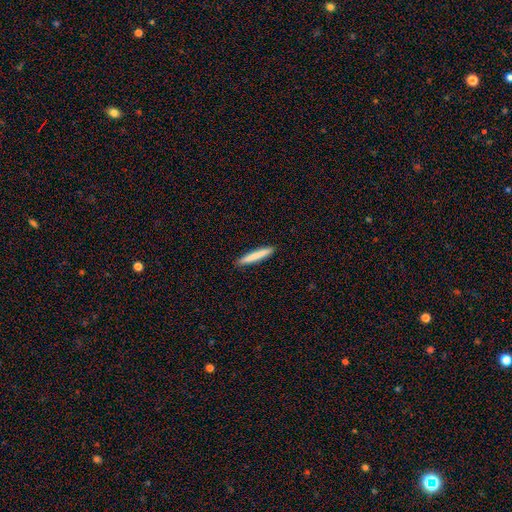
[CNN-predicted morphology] type=smooth (79%); roundness=cigar-shaped (95%); merging=none (92%).